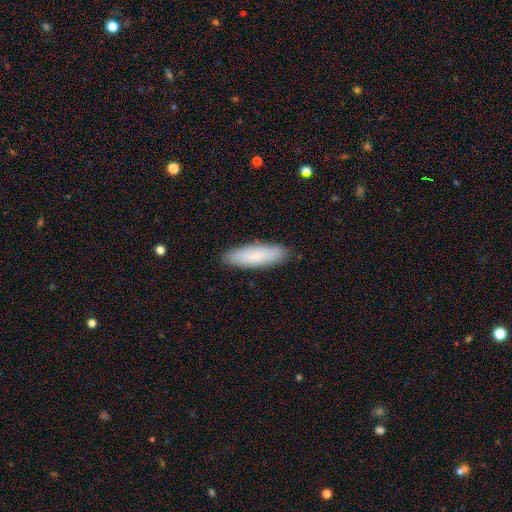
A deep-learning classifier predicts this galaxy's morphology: smooth-or-featured: smooth: 81% | featured or disk: 13% | star or artifact: 6%
  how-rounded: cigar-shaped: 55% | in between: 44% | round: 1%
  merging: none: 88% | minor disturbance: 9% | major disturbance: 2% | merger: 1%